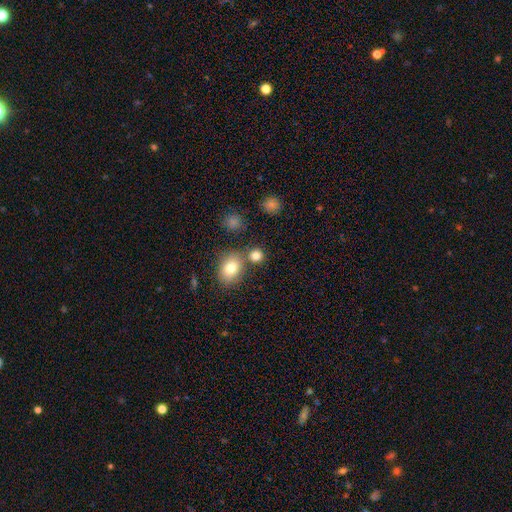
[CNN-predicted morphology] Smooth or featured?
  - smooth: 81% *
  - star or artifact: 12%
  - featured or disk: 7%
How rounded?
  - round: 77% *
  - in between: 22%
  - cigar-shaped: 1%
Merging?
  - none: 67% *
  - merger: 21%
  - minor disturbance: 8%
  - major disturbance: 3%